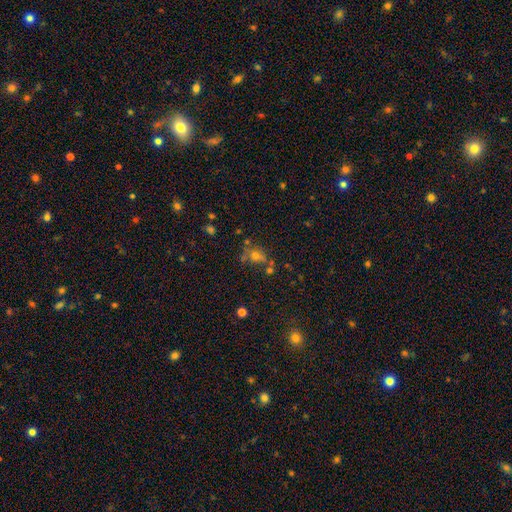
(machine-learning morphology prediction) smooth 58%, star or artifact 24%, featured or disk 17%. Down the decision tree: how rounded — round (64%); merging — none (52%).